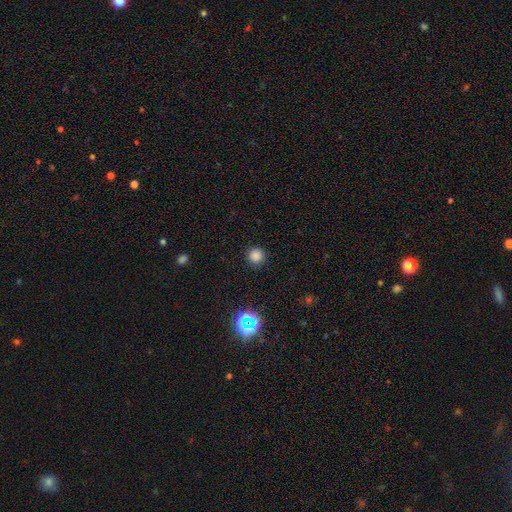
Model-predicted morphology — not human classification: Q: Smooth or featured?
A: smooth (80%); runner-up: star or artifact (16%)
Q: How rounded?
A: round (95%); runner-up: in between (4%)
Q: Merging?
A: none (90%); runner-up: minor disturbance (6%)